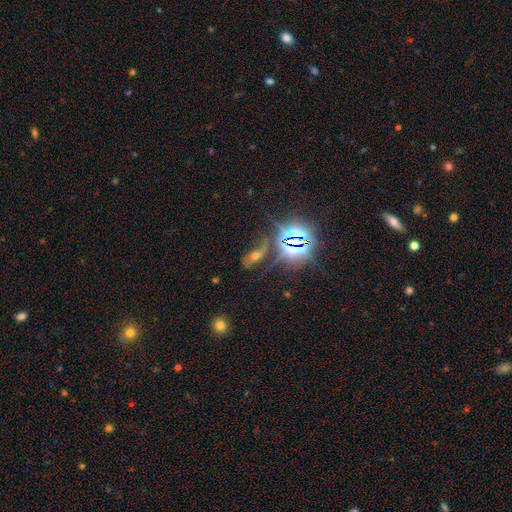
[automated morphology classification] Q: Smooth or featured?
A: star or artifact (54%); runner-up: featured or disk (25%)